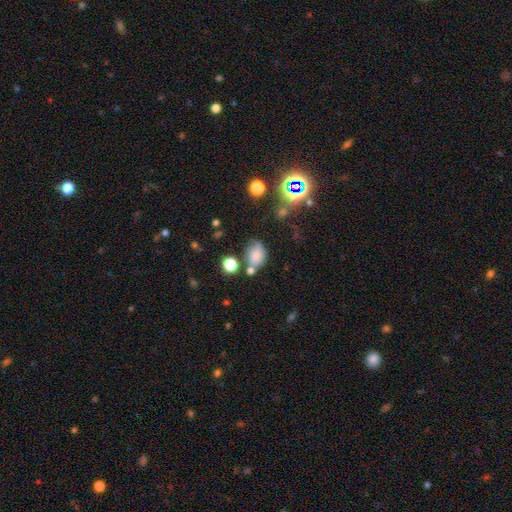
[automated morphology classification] Smooth or featured? Predicted: smooth (p=0.69). How rounded? Predicted: in between (p=0.67). Merging? Predicted: none (p=0.48).